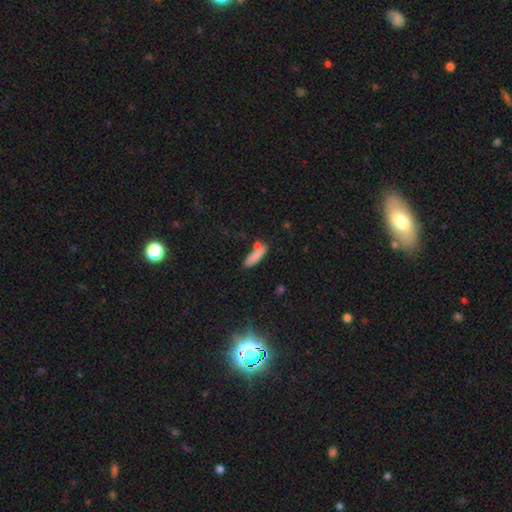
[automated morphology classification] smooth 80%, featured or disk 12%, star or artifact 9%. Down the decision tree: how rounded — cigar-shaped (65%); merging — none (60%).